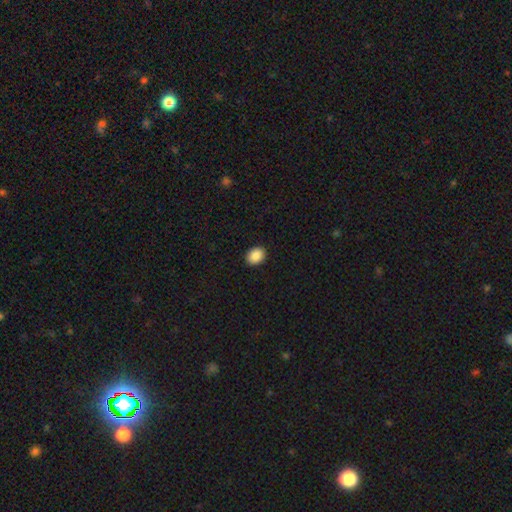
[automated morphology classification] Smooth or featured? Predicted: smooth (p=0.90). How rounded? Predicted: in between (p=0.61). Merging? Predicted: none (p=0.91).